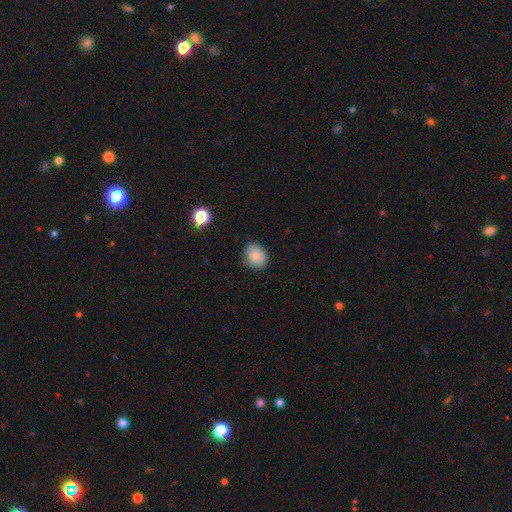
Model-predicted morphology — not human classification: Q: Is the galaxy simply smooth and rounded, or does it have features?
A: smooth — 83%.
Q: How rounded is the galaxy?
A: round — 51%.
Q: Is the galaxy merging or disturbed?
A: none — 76%.